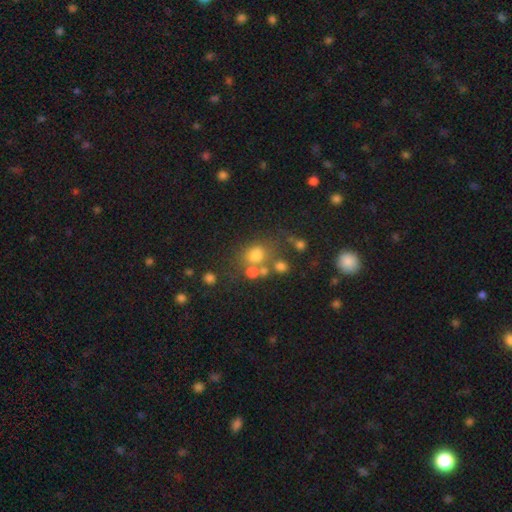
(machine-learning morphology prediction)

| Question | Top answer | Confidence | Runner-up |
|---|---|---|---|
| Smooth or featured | smooth | 68% | star or artifact (18%) |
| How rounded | round | 64% | in between (35%) |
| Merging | none | 52% | merger (25%) |